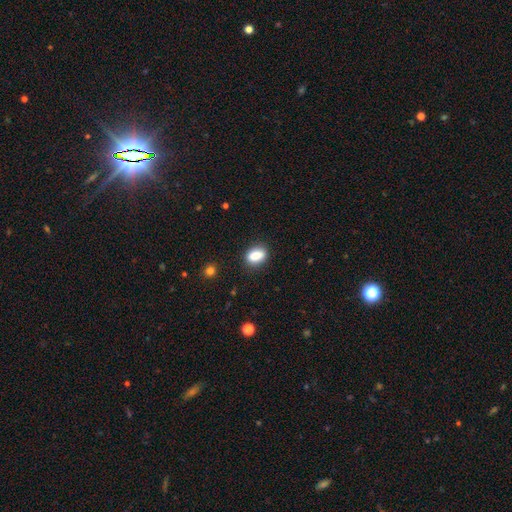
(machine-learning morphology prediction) Smooth or featured: smooth — 83% (star or artifact — 9%)
How rounded: in between — 79% (round — 19%)
Merging: none — 86% (minor disturbance — 10%)